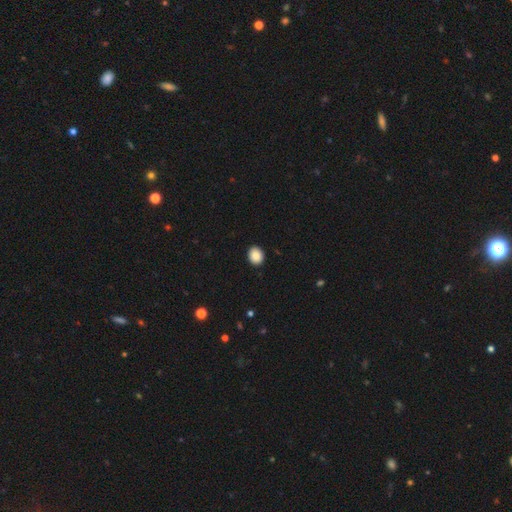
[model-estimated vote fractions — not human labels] A smooth galaxy with no disk features (89%) that is round (60%).

Vote fractions:
- Smooth or featured? smooth: 89% / star or artifact: 8% / featured or disk: 3%
- How rounded? round: 60% / in between: 39% / cigar-shaped: 1%
- Merging? none: 91% / minor disturbance: 6% / major disturbance: 2% / merger: 1%